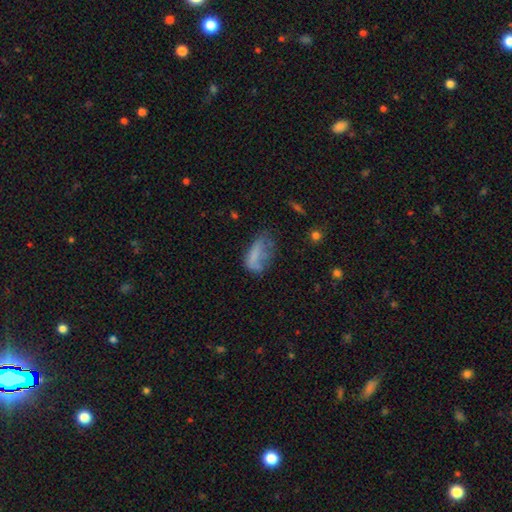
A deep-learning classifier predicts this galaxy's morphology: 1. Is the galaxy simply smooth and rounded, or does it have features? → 63% smooth, 25% featured or disk, 12% star or artifact.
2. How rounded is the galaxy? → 83% in between, 11% cigar-shaped, 6% round.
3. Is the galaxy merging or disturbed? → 35% major disturbance, 30% minor disturbance, 30% none, 5% merger.